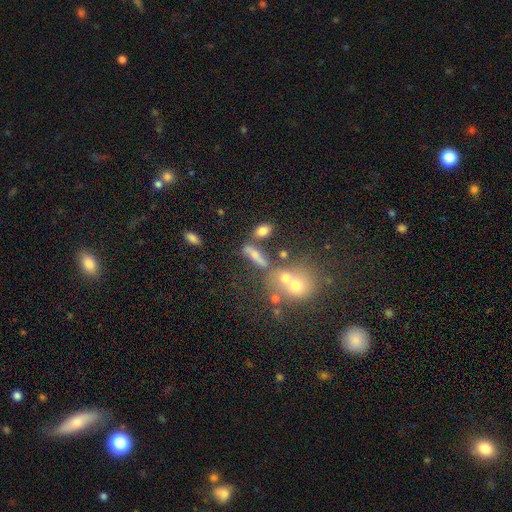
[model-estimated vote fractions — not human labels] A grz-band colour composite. It shows a smooth galaxy with no disk features (58%) that is cigar-shaped (48%). Merging: none (52%).